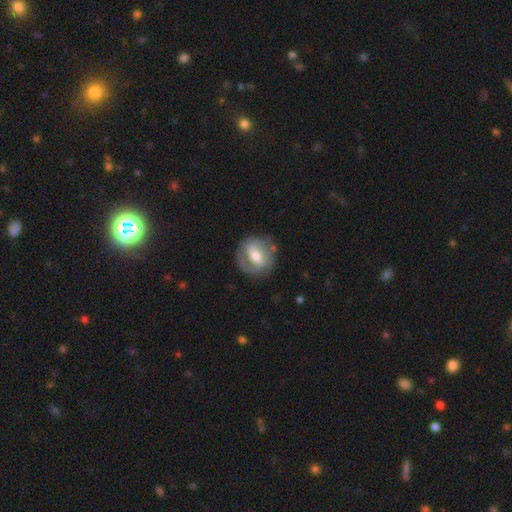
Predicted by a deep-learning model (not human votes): Overall: featured or disk (55%; smooth 38%). Edge-on disk: no (94%). Bar: weak (41%; strong 36%). Spiral arms: yes (56%; no 44%). Bulge size: moderate (65%). Merging: none (72%).